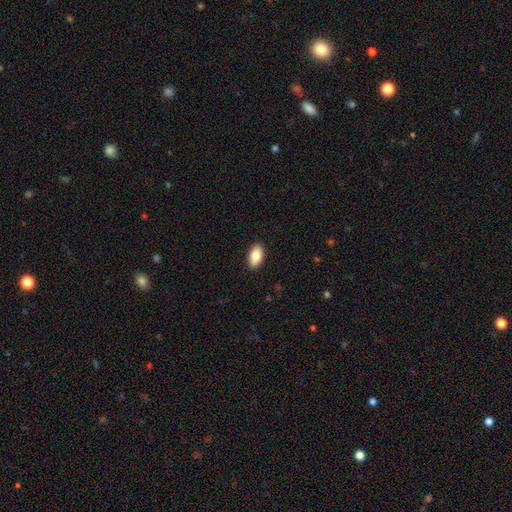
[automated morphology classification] The model was most divided on "smooth or featured": smooth: 84%, featured or disk: 9%, star or artifact: 7%. More confident: how rounded — in between (94%); merging — none (90%).